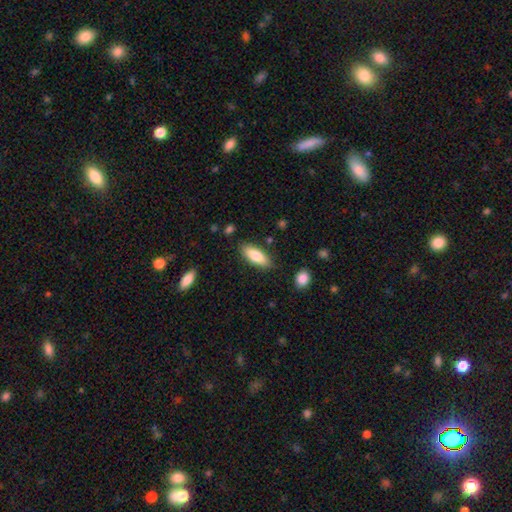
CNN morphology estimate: smooth 81%, featured or disk 13%, star or artifact 6%. Down the decision tree: how rounded — in between (70%); merging — none (83%).